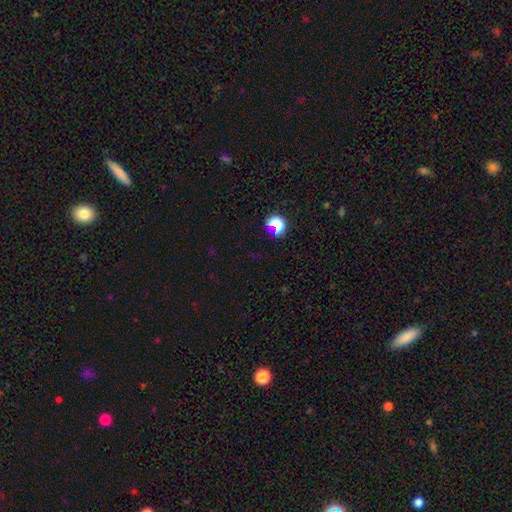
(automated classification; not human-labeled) Smooth or featured?
  - star or artifact: 64% *
  - smooth: 28%
  - featured or disk: 8%